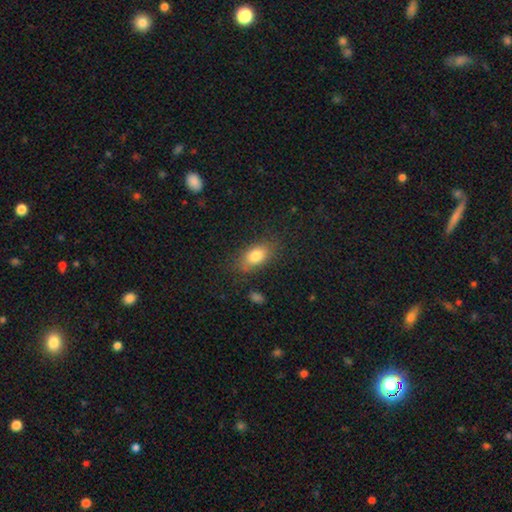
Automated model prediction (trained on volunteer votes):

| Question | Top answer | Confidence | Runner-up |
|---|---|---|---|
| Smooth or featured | smooth | 80% | featured or disk (11%) |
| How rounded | in between | 86% | round (8%) |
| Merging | none | 77% | minor disturbance (16%) |